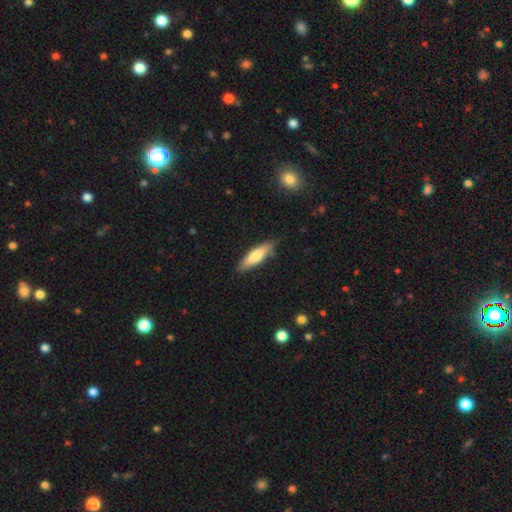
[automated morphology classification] smooth_or_featured: smooth (p=0.74) [alt: featured or disk p=0.20]
how_rounded: cigar-shaped (p=0.60) [alt: in between p=0.39]
merging: none (p=0.82) [alt: minor disturbance p=0.14]